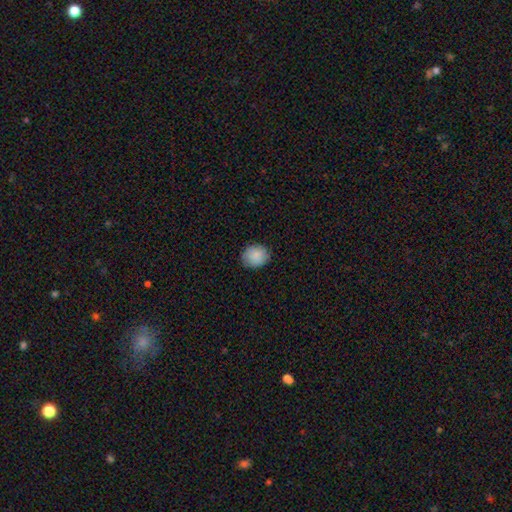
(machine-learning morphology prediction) Smooth or featured?
  - smooth: 87% *
  - star or artifact: 7%
  - featured or disk: 6%
How rounded?
  - round: 70% *
  - in between: 30%
  - cigar-shaped: 1%
Merging?
  - none: 86% *
  - minor disturbance: 11%
  - major disturbance: 2%
  - merger: 1%